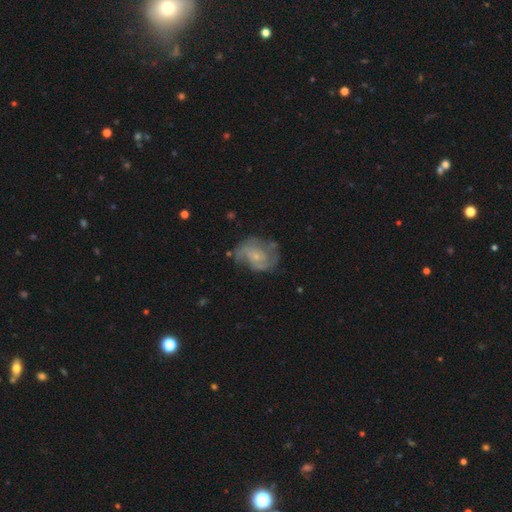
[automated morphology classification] Smooth or featured?
  - featured or disk: 75% *
  - smooth: 18%
  - star or artifact: 7%
Edge-on disk?
  - no: 98% *
  - yes: 2%
Bar?
  - no: 71% *
  - weak: 25%
  - strong: 4%
Spiral arms?
  - yes: 88% *
  - no: 12%
Spiral winding?
  - medium: 45% *
  - tight: 35%
  - loose: 20%
Spiral arm count?
  - 2: 50% *
  - can't tell: 24%
  - 3: 14%
  - 1: 5%
  - 4: 4%
  - more than 4: 3%
Bulge size?
  - small: 74% *
  - moderate: 18%
  - none: 6%
  - large: 1%
  - dominant: 1%
Merging?
  - none: 58% *
  - minor disturbance: 25%
  - major disturbance: 14%
  - merger: 2%